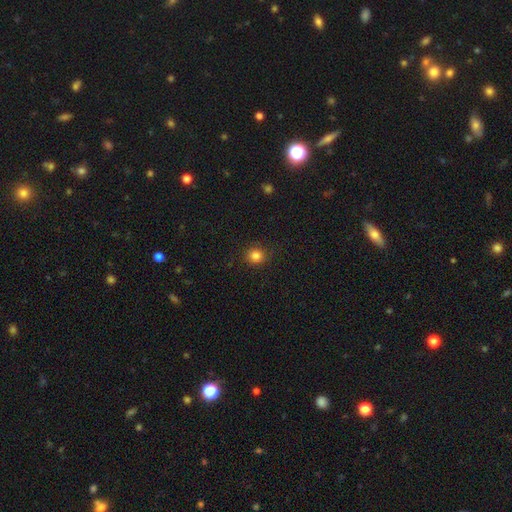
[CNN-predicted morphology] A smooth galaxy with no disk features (83%) that is round (88%).

Vote fractions:
- Smooth or featured? smooth: 83% / star or artifact: 12% / featured or disk: 5%
- How rounded? round: 88% / in between: 11% / cigar-shaped: 1%
- Merging? none: 88% / minor disturbance: 8% / major disturbance: 2% / merger: 1%